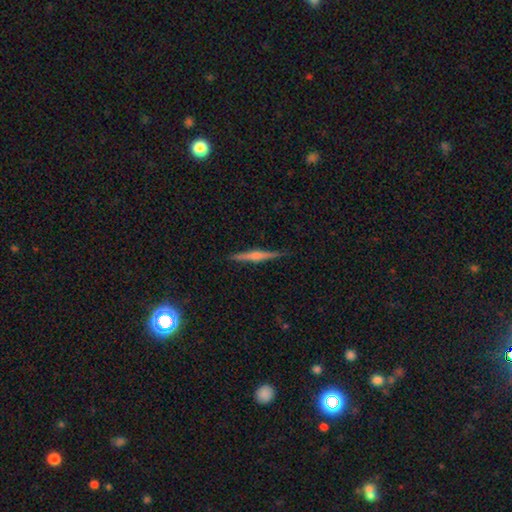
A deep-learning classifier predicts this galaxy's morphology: Overall: featured or disk (68%). Edge-on disk: yes (98%). Edge-on bulge: rounded (69%). Merging: none (90%).